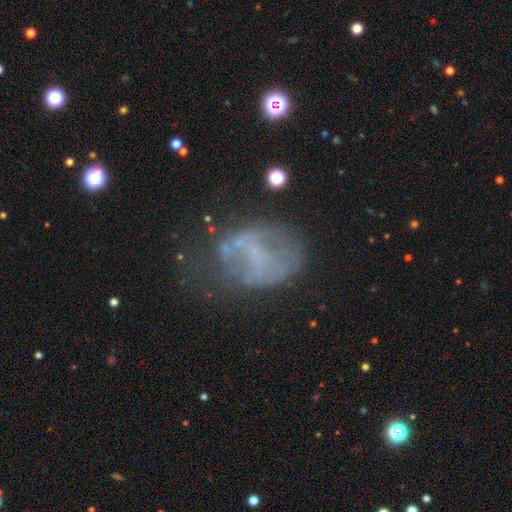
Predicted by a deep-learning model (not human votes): Morphology: type=featured or disk (55%); edge-on=no (97%); bar=no (64%); spiral arms=no (71%); bulge=none (65%); merging=none (42%).